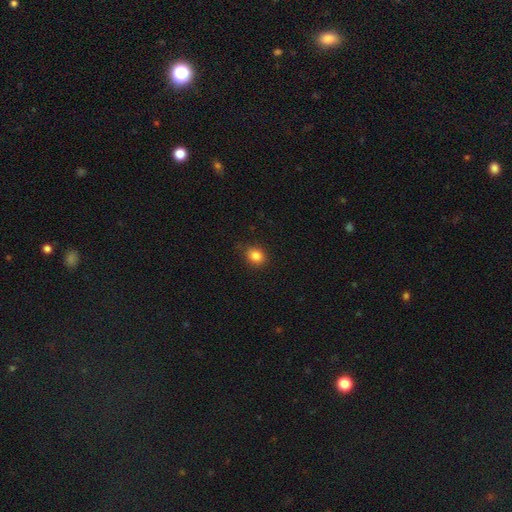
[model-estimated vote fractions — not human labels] This is clearly a smooth galaxy (85%). How rounded: possibly round (53%). Merging: clearly none (82%).